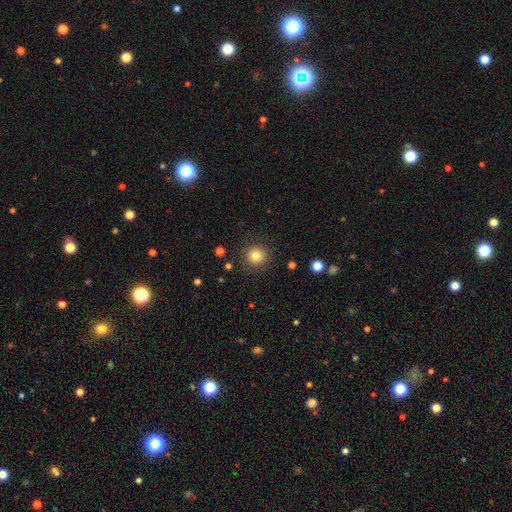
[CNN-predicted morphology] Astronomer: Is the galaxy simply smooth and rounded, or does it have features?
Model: smooth — 82%.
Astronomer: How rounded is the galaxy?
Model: round — 94%.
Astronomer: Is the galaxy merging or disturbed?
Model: none — 89%.